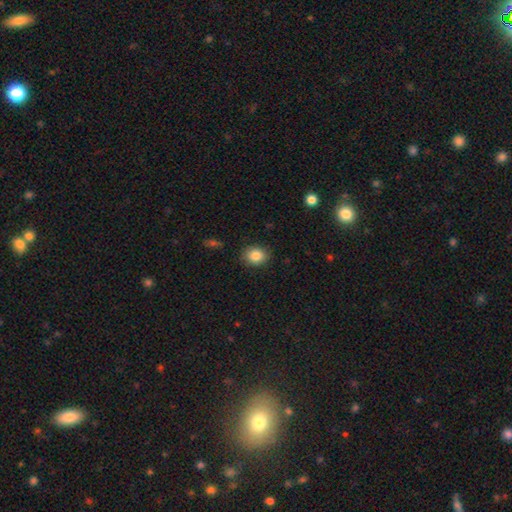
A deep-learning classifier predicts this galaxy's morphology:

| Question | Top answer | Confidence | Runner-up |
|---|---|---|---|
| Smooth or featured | smooth | 84% | star or artifact (9%) |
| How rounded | round | 59% | in between (41%) |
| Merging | none | 87% | minor disturbance (9%) |